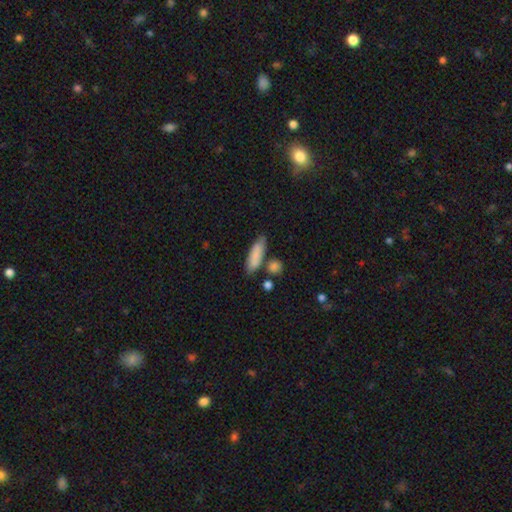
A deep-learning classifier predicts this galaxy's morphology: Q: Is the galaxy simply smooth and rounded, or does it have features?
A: smooth — 83%.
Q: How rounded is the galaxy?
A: cigar-shaped — 49%.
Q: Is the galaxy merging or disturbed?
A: none — 71%.